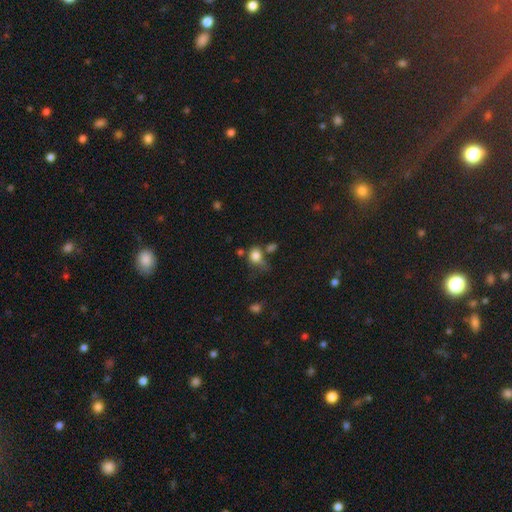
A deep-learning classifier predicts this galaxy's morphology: This appears to be a smooth galaxy with no disk features (78%) that is round (62%). Merging: none (40%).